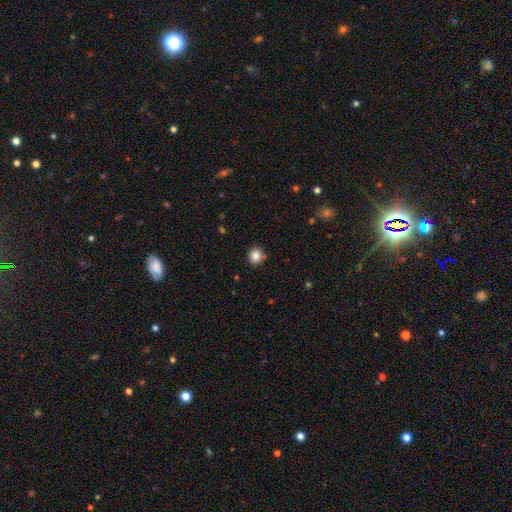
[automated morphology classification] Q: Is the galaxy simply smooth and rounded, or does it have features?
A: smooth — 84%.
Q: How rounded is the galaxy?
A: round — 84%.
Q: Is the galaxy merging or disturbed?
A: none — 86%.